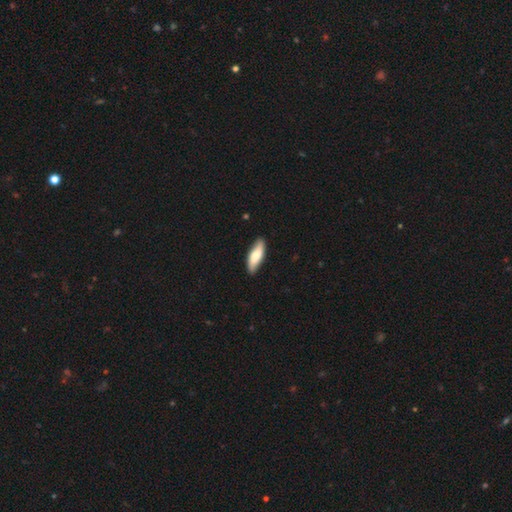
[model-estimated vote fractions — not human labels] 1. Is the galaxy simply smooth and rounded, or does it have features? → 69% smooth, 26% featured or disk, 5% star or artifact.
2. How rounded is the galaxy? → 56% in between, 42% cigar-shaped, 2% round.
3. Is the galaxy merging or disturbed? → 86% none, 11% minor disturbance, 2% major disturbance, 1% merger.